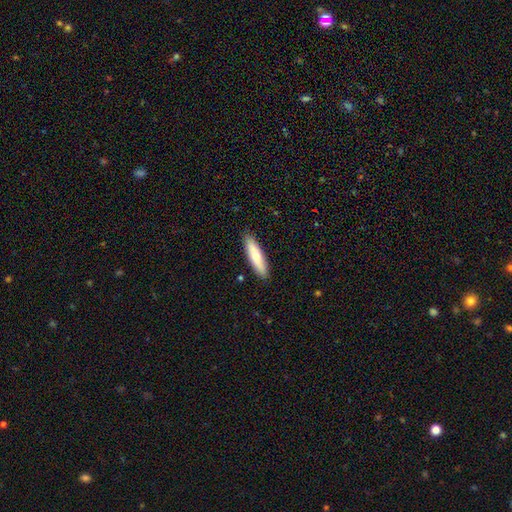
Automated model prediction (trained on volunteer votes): smooth_or_featured: smooth (p=0.70) [alt: featured or disk p=0.25]
how_rounded: cigar-shaped (p=0.73) [alt: in between p=0.25]
merging: none (p=0.89) [alt: minor disturbance p=0.08]